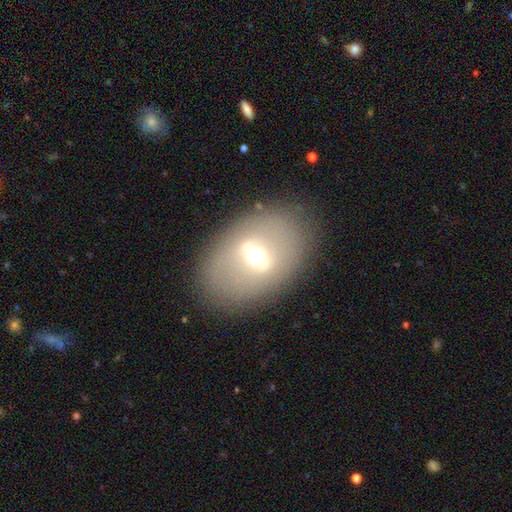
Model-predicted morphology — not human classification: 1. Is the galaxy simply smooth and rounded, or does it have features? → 51% featured or disk, 38% smooth, 10% star or artifact.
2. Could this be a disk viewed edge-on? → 82% no, 18% yes.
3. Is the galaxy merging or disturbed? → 83% none, 10% minor disturbance, 5% major disturbance, 1% merger.